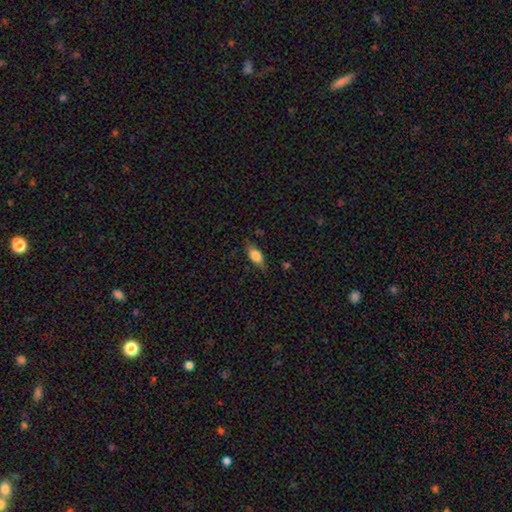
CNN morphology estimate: Overall: smooth (76%). How rounded: in between (80%). Merging: none (73%).